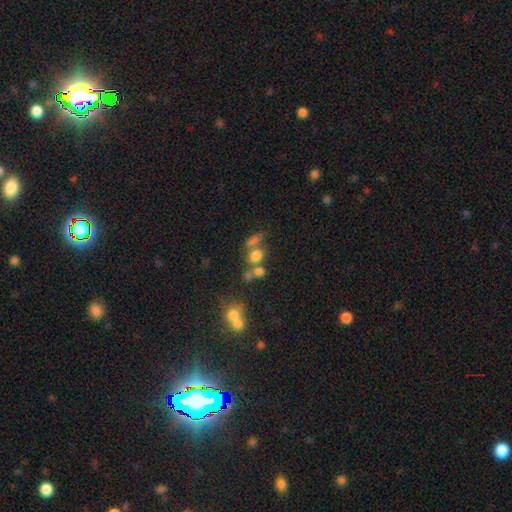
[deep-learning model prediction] A smooth galaxy with no disk features (69%) that is round (61%). Merging: none (42%).